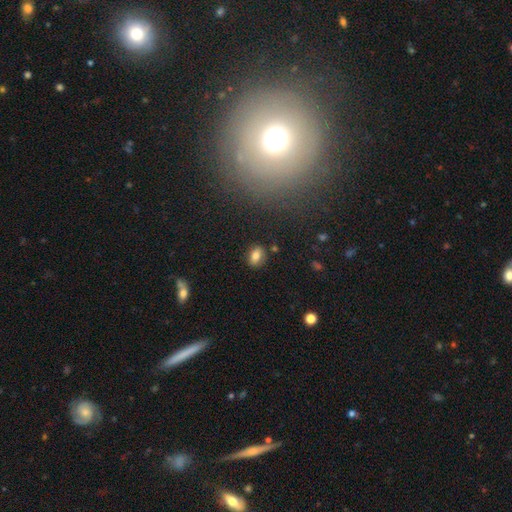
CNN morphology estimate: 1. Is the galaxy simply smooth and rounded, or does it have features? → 79% smooth, 12% featured or disk, 10% star or artifact.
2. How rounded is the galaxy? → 74% in between, 24% round, 2% cigar-shaped.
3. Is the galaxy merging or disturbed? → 84% none, 10% minor disturbance, 3% merger, 3% major disturbance.